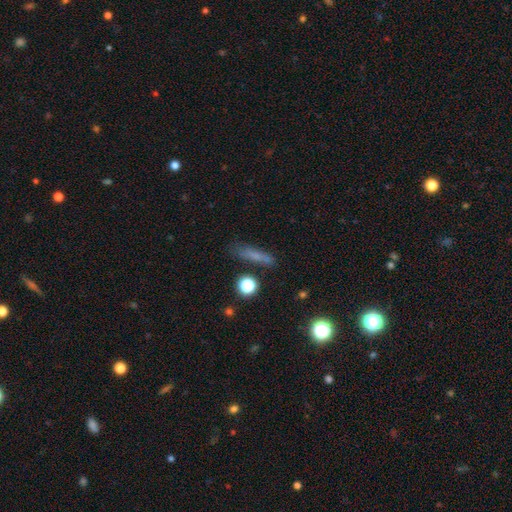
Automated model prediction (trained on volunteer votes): Overall: smooth (62%). How rounded: cigar-shaped (78%). Merging: none (73%).